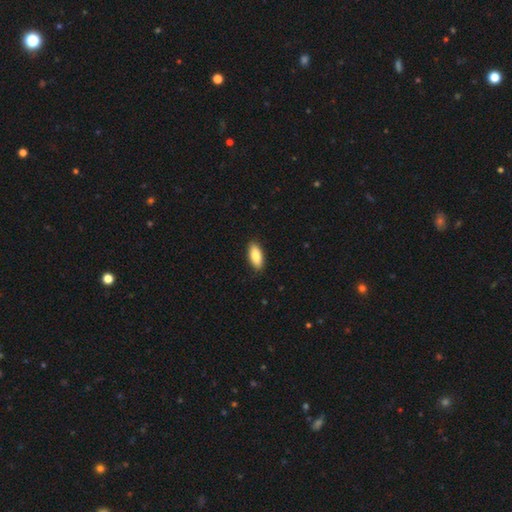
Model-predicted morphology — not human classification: This is clearly a smooth galaxy (85%). How rounded: clearly in between (84%). Merging: clearly none (89%).